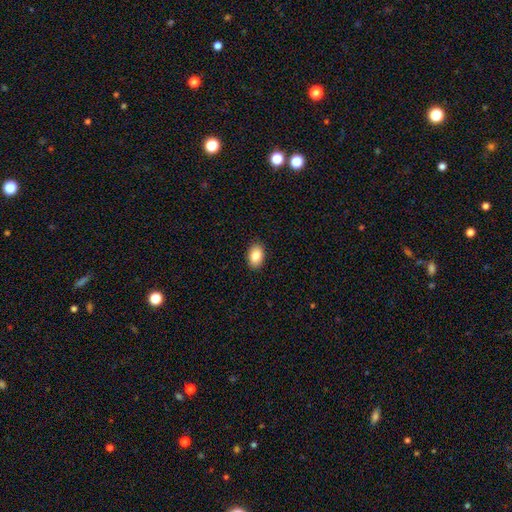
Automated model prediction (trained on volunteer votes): smooth_or_featured: smooth (p=0.86) [alt: star or artifact p=0.07]
how_rounded: in between (p=0.87) [alt: round p=0.12]
merging: none (p=0.90) [alt: minor disturbance p=0.07]